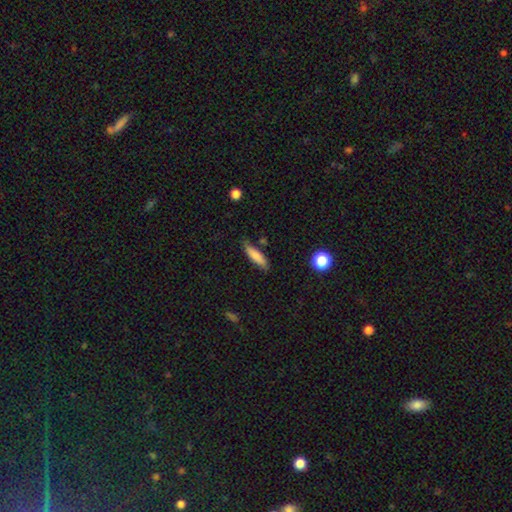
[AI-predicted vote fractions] Smooth or featured? smooth (78%)
How rounded? cigar-shaped (70%)
Merging? none (76%)